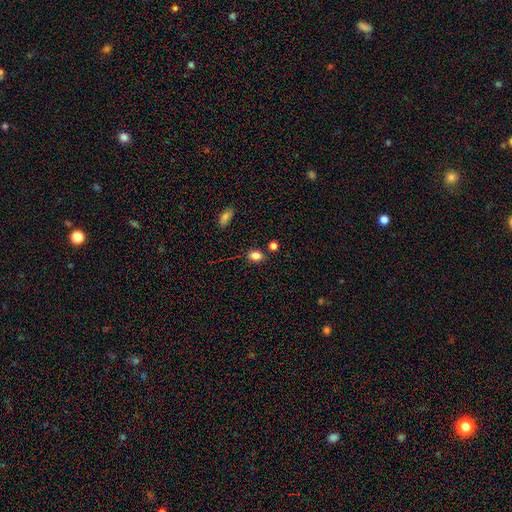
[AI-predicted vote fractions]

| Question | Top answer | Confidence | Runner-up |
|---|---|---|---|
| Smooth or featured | smooth | 84% | star or artifact (11%) |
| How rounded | in between | 64% | round (34%) |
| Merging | none | 78% | minor disturbance (12%) |